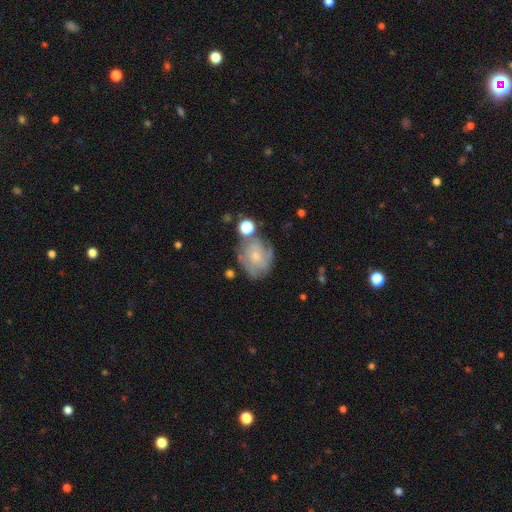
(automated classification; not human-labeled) This appears to be a featured or disk galaxy (56%) with no bar (80%), spiral arms (71%) and a small central bulge (65%). Merging: none (53%).